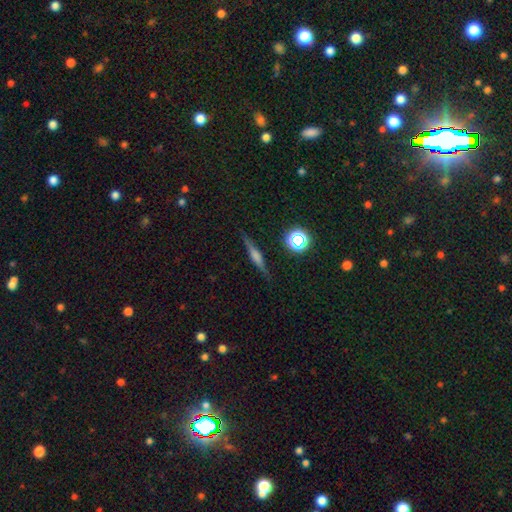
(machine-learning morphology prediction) smooth-or-featured: featured or disk: 60% | smooth: 29% | star or artifact: 11%
  disk-edge-on: yes: 96% | no: 4%
    edge-on-bulge: rounded: 61% | boxy: 26% | none: 13%
  merging: none: 86% | minor disturbance: 10% | major disturbance: 2% | merger: 2%